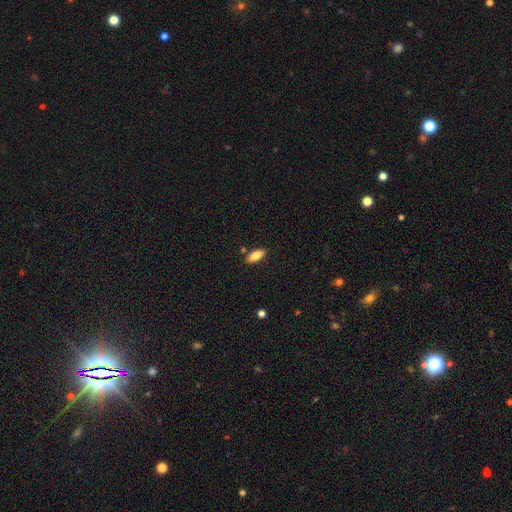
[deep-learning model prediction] A smooth galaxy with no disk features (77%) that is in between round and cigar-shaped (77%). Merging: none (85%).